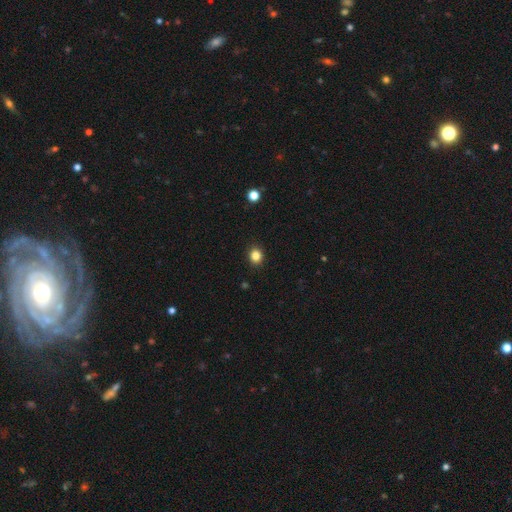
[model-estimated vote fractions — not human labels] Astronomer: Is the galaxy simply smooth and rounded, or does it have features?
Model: smooth — 84%.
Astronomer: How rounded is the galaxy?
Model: round — 72%.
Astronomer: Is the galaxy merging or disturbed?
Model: none — 90%.